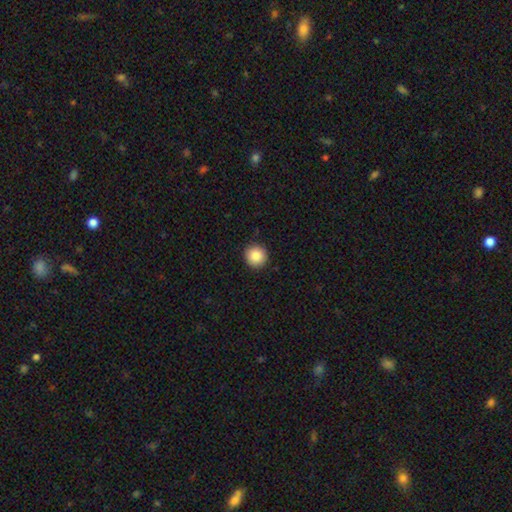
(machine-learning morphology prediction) Smooth or featured? Predicted: smooth (p=0.87). How rounded? Predicted: round (p=0.95). Merging? Predicted: none (p=0.92).